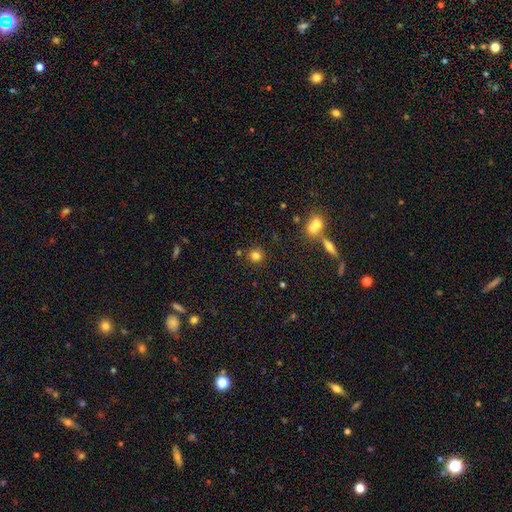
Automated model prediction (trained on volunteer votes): smooth 80%, star or artifact 14%, featured or disk 6%. Down the decision tree: how rounded — round (89%); merging — none (83%).